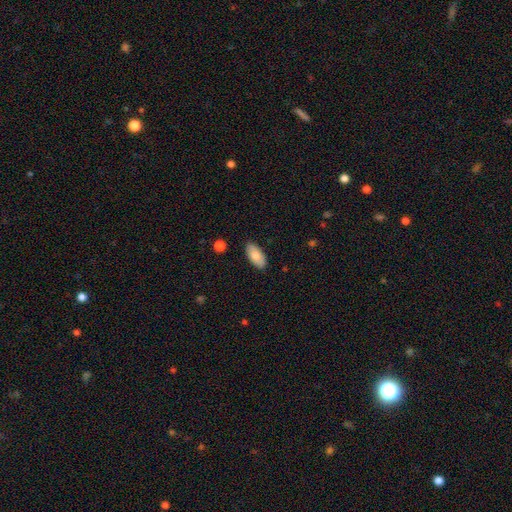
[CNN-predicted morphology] Smooth or featured? smooth (82%)
How rounded? in between (91%)
Merging? none (88%)